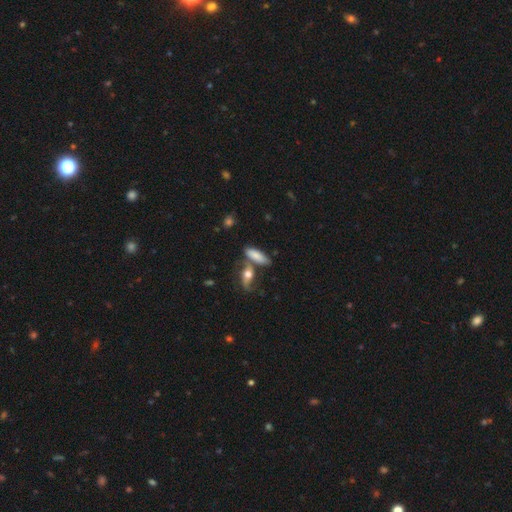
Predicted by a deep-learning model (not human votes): smooth 73%, featured or disk 20%, star or artifact 7%. Down the decision tree: how rounded — in between (58%); merging — none (51%).